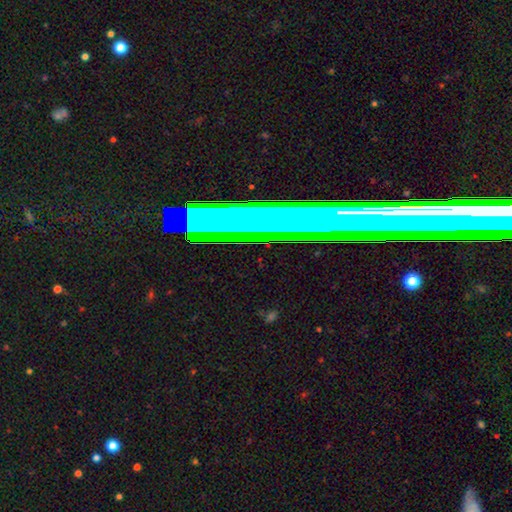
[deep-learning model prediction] featured or disk 44%, star or artifact 40%, smooth 16%. Down the decision tree: merging — none (87%).